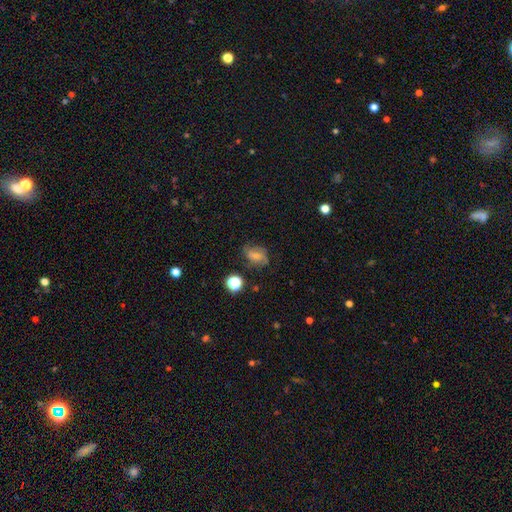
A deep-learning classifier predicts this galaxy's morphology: Smooth or featured?
  - smooth: 51% *
  - featured or disk: 34%
  - star or artifact: 15%
How rounded?
  - in between: 65% *
  - round: 34%
  - cigar-shaped: 2%
Merging?
  - none: 58% *
  - minor disturbance: 26%
  - major disturbance: 13%
  - merger: 3%